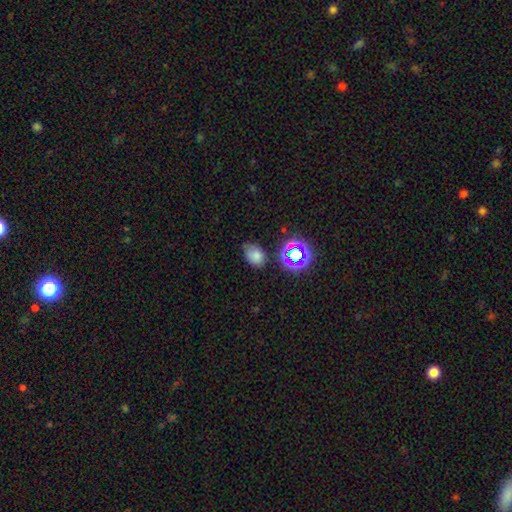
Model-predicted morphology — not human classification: Smooth or featured?
  - smooth: 70% *
  - star or artifact: 20%
  - featured or disk: 10%
How rounded?
  - in between: 72% *
  - round: 27%
  - cigar-shaped: 1%
Merging?
  - none: 60% *
  - minor disturbance: 29%
  - major disturbance: 7%
  - merger: 4%